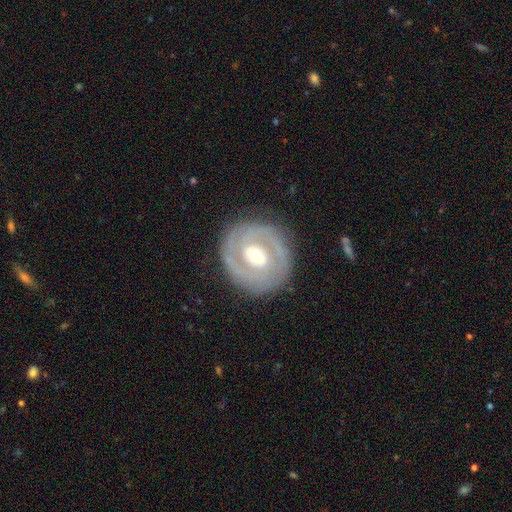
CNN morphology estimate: Smooth or featured? featured or disk (78%)
Edge-on disk? no (97%)
Bar? no (41%, tied with weak)
Spiral arms? yes (72%)
Spiral winding? tight (68%)
Spiral arm count? 2 (52%)
Bulge size? moderate (69%)
Merging? none (82%)